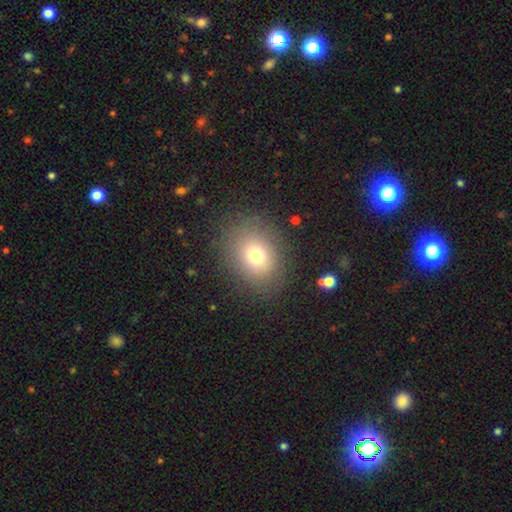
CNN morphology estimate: Smooth or featured? smooth (73%)
How rounded? round (53%)
Merging? none (83%)